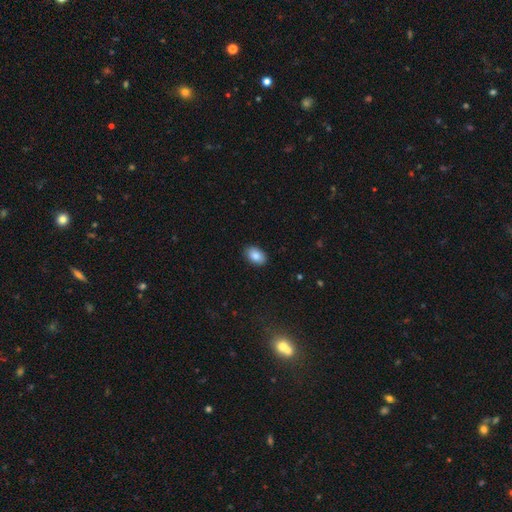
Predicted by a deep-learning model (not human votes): smooth-or-featured: smooth: 86% | star or artifact: 7% | featured or disk: 6%
  how-rounded: in between: 89% | round: 10% | cigar-shaped: 1%
  merging: none: 88% | minor disturbance: 9% | major disturbance: 2% | merger: 1%